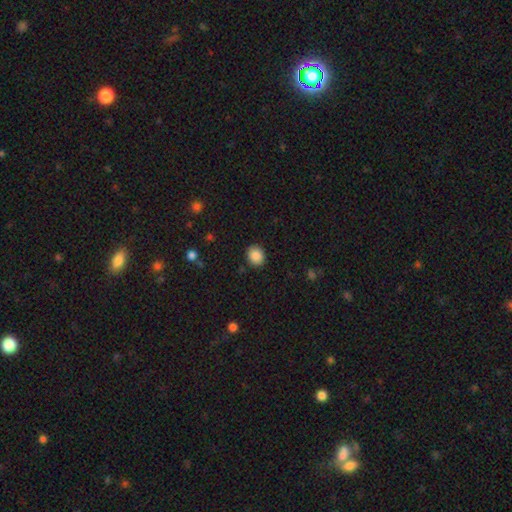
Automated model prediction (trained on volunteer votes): Smooth or featured? smooth (88%)
How rounded? round (64%)
Merging? none (89%)